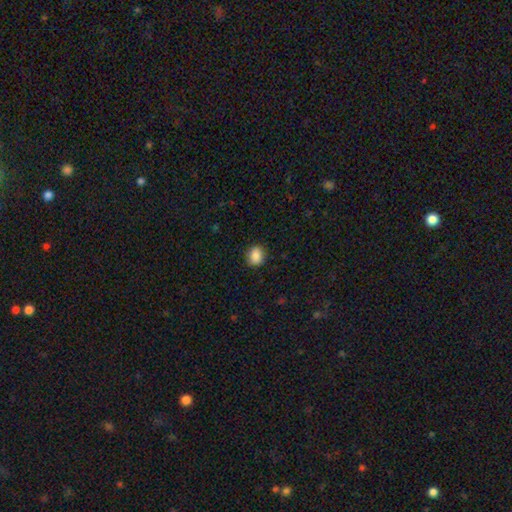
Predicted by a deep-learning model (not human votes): The model was most divided on "how rounded": round: 67%, in between: 32%, cigar-shaped: 1%. More confident: merging — none (89%); smooth or featured — smooth (88%).